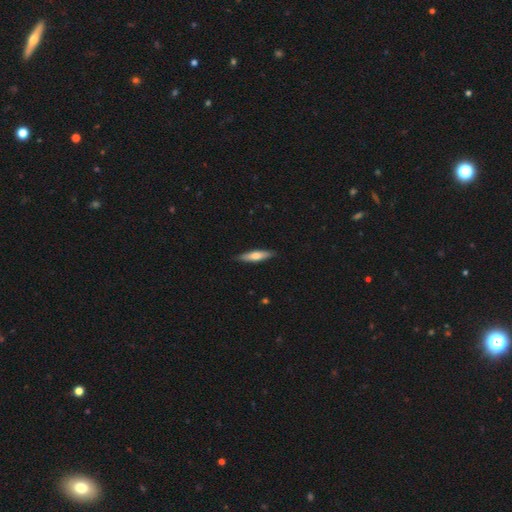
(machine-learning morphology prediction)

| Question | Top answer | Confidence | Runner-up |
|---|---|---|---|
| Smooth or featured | smooth | 60% | featured or disk (35%) |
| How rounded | cigar-shaped | 76% | in between (22%) |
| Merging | none | 88% | minor disturbance (10%) |